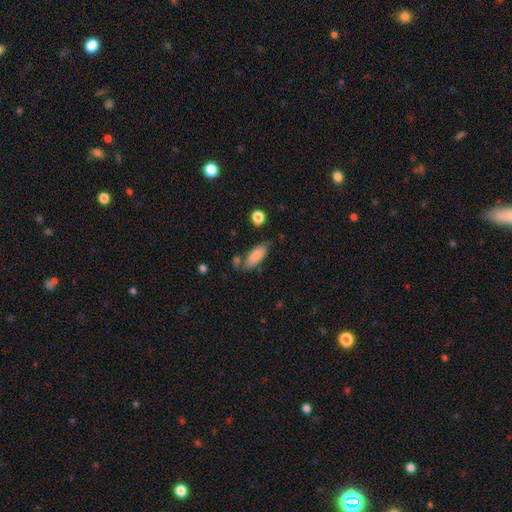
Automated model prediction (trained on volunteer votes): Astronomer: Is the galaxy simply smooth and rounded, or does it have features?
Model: smooth — 84%.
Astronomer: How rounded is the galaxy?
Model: in between — 76%.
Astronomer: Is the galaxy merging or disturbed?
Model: none — 69%.